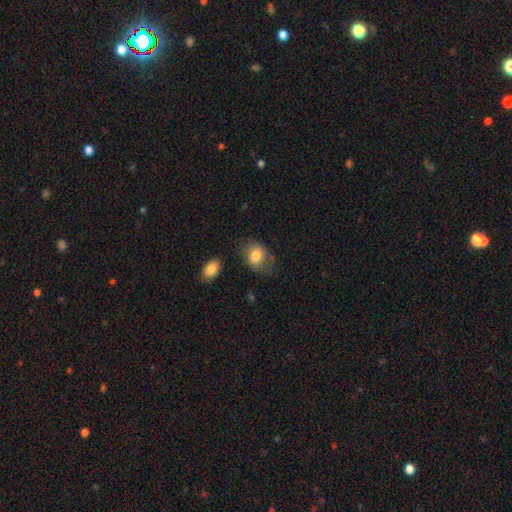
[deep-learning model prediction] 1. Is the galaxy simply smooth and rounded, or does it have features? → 78% smooth, 15% featured or disk, 8% star or artifact.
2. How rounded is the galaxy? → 67% in between, 32% round, 1% cigar-shaped.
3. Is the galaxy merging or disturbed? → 62% none, 24% minor disturbance, 10% major disturbance, 4% merger.